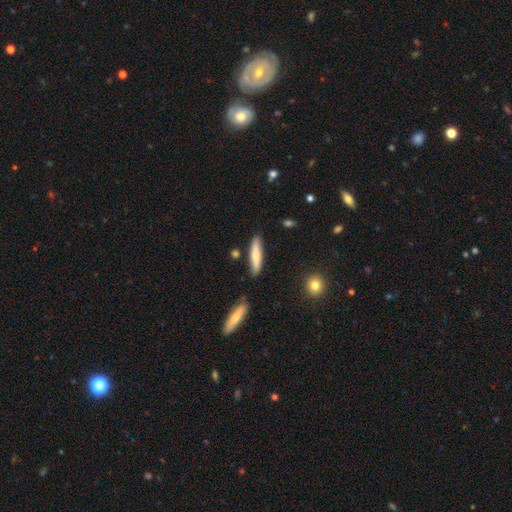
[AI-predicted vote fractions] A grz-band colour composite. It shows a smooth galaxy with no disk features (64%) that is cigar-shaped (83%). Merging: none (83%).